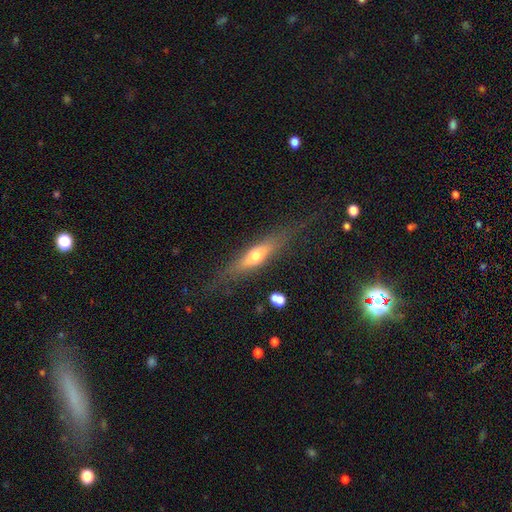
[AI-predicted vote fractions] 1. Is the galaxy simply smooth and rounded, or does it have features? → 50% featured or disk, 43% smooth, 7% star or artifact.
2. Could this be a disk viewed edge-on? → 85% yes, 15% no.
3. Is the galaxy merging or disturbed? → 74% none, 16% minor disturbance, 8% major disturbance, 2% merger.